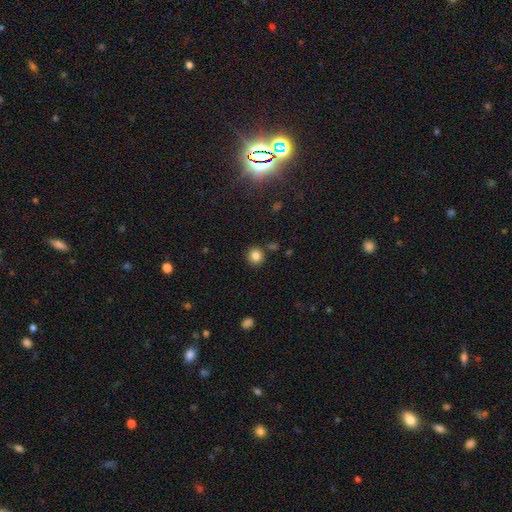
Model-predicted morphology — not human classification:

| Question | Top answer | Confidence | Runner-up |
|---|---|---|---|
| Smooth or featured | smooth | 83% | star or artifact (11%) |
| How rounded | round | 89% | in between (10%) |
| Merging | none | 87% | minor disturbance (8%) |